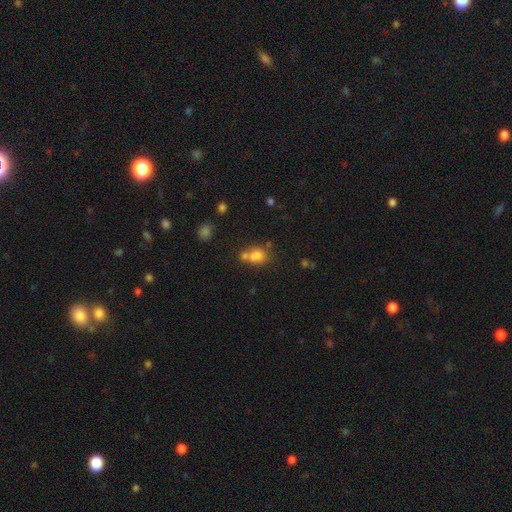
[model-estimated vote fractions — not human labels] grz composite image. It shows a smooth galaxy with no disk features (74%) that is round (63%). Merging: merger (44%).